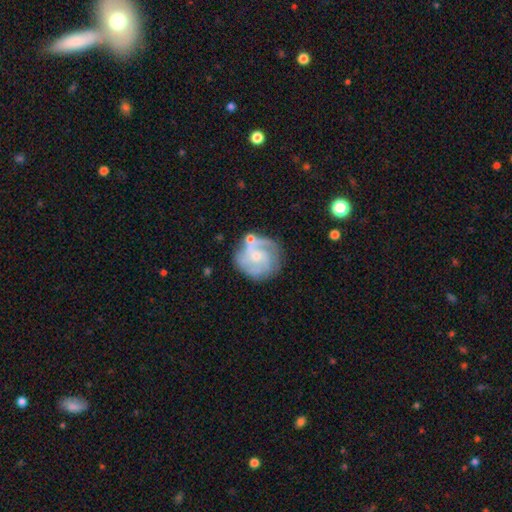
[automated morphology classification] Smooth or featured? featured or disk (78%)
Edge-on disk? no (98%)
Bar? no (65%)
Spiral arms? yes (91%)
Spiral winding? tight (45%)
Spiral arm count? 3 (37%)
Bulge size? small (59%)
Merging? none (64%)